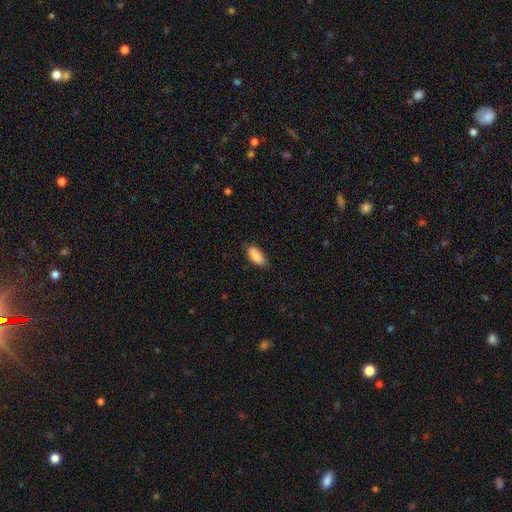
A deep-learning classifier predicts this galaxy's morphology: A smooth galaxy with no disk features (88%) that is in between round and cigar-shaped (89%).

Vote fractions:
- Smooth or featured? smooth: 88% / star or artifact: 6% / featured or disk: 6%
- How rounded? in between: 89% / cigar-shaped: 9% / round: 2%
- Merging? none: 78% / minor disturbance: 18% / major disturbance: 3% / merger: 1%